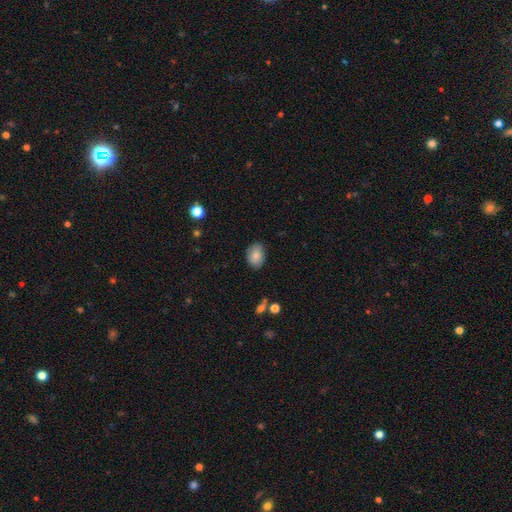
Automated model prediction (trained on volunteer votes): smooth 83%, featured or disk 9%, star or artifact 8%. Down the decision tree: how rounded — in between (76%); merging — none (84%).